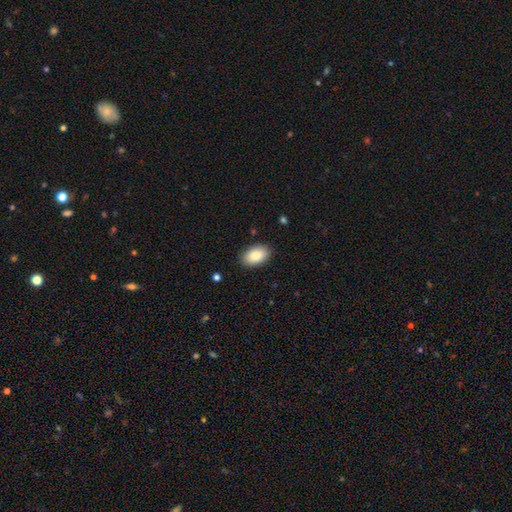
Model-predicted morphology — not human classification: This appears to be a smooth galaxy with no disk features (87%) that is in between round and cigar-shaped (93%). Merging: none (88%).